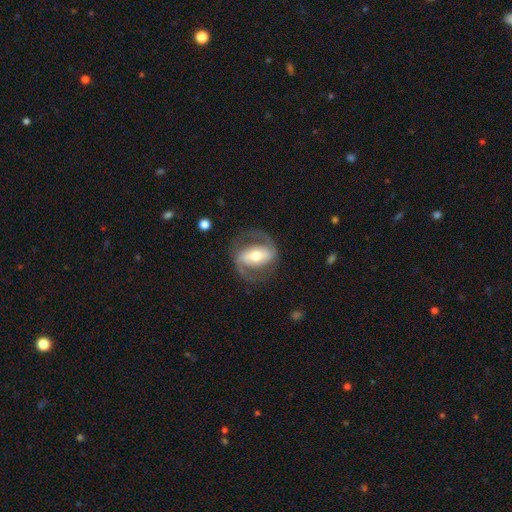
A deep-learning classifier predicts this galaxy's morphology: Smooth or featured?
  - featured or disk: 84% *
  - smooth: 11%
  - star or artifact: 5%
Edge-on disk?
  - no: 96% *
  - yes: 4%
Bar?
  - strong: 56% *
  - weak: 28%
  - no: 16%
Spiral arms?
  - yes: 91% *
  - no: 9%
Spiral winding?
  - medium: 54% *
  - loose: 24%
  - tight: 22%
Spiral arm count?
  - 2: 91% *
  - can't tell: 4%
  - 1: 3%
  - 3: 1%
  - 4: 1%
  - more than 4: 1%
Bulge size?
  - moderate: 64% *
  - small: 24%
  - large: 9%
  - dominant: 1%
  - none: 1%
Merging?
  - none: 77% *
  - minor disturbance: 12%
  - major disturbance: 9%
  - merger: 1%